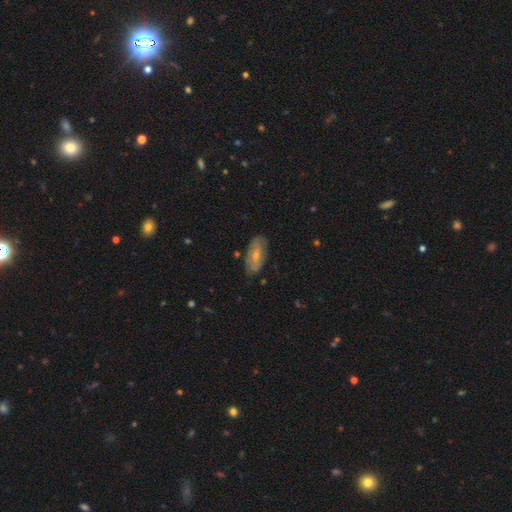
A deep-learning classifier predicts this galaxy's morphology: Q: Smooth or featured?
A: featured or disk (51%); runner-up: smooth (43%)
Q: Edge-on disk?
A: no (88%); runner-up: yes (12%)
Q: Merging?
A: none (77%); runner-up: minor disturbance (18%)